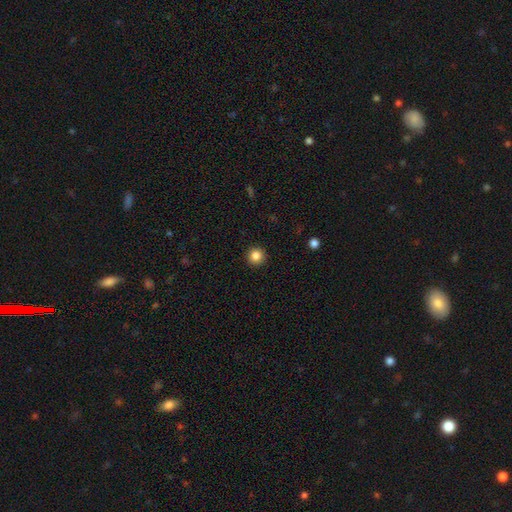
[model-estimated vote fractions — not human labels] This appears to be a smooth galaxy with no disk features (85%) that is round (95%). Merging: none (93%).